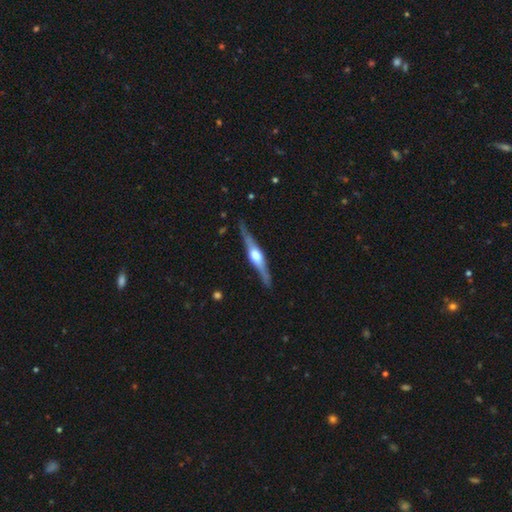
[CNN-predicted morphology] Smooth or featured? featured or disk (78%)
Edge-on disk? yes (97%)
Edge-on bulge? rounded (91%)
Merging? none (86%)